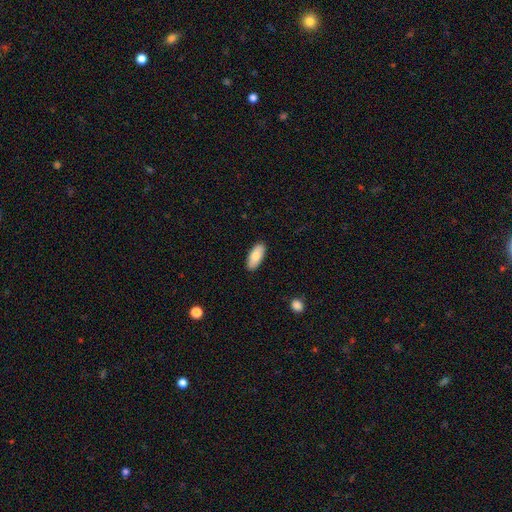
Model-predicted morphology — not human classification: type=smooth (85%); roundness=in between (87%); merging=none (89%).